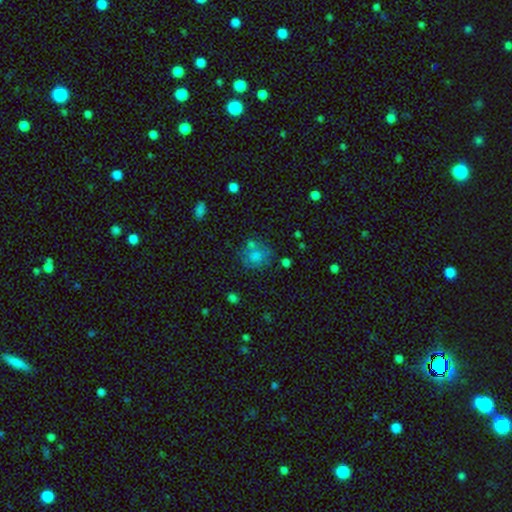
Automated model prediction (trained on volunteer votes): This appears to be a smooth galaxy with no disk features (70%) that is round (78%). Merging: none (62%).